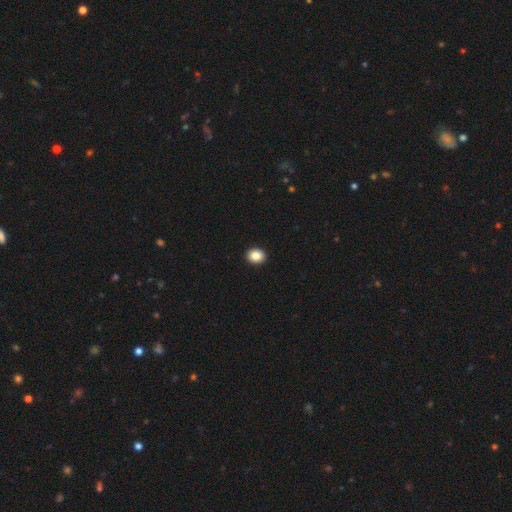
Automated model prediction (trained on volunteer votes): Smooth or featured? Predicted: smooth (p=0.86). How rounded? Predicted: round (p=0.62). Merging? Predicted: none (p=0.93).